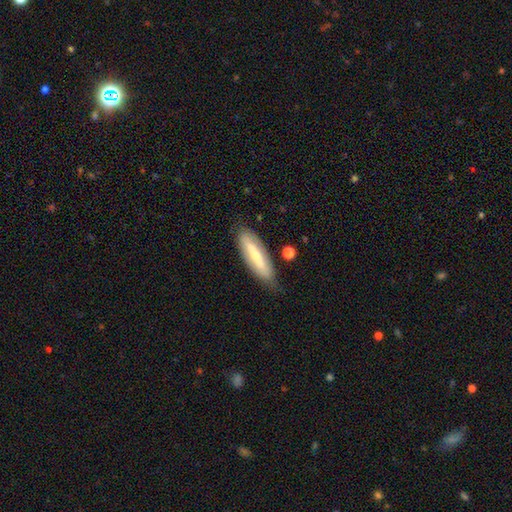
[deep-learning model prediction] Q: Smooth or featured?
A: smooth (49%); runner-up: featured or disk (45%)
Q: Merging?
A: none (76%); runner-up: minor disturbance (17%)